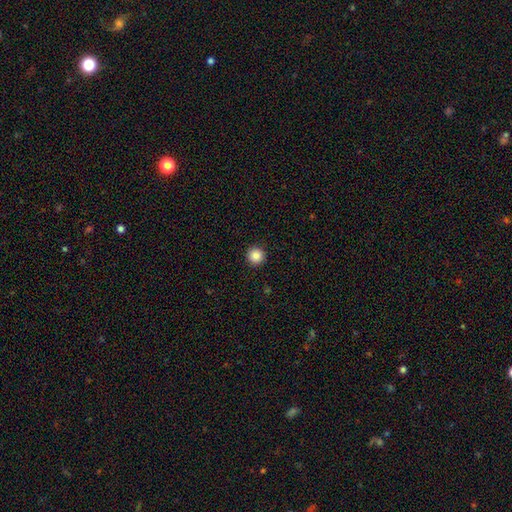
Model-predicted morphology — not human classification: The model was most divided on "smooth or featured": smooth: 87%, star or artifact: 10%, featured or disk: 3%. More confident: how rounded — round (96%); merging — none (93%).